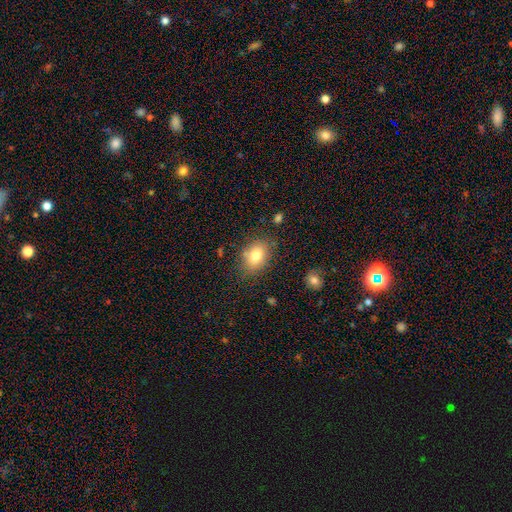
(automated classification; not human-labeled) This appears to be a smooth galaxy with no disk features (79%) that is in between round and cigar-shaped (75%). Merging: none (77%).